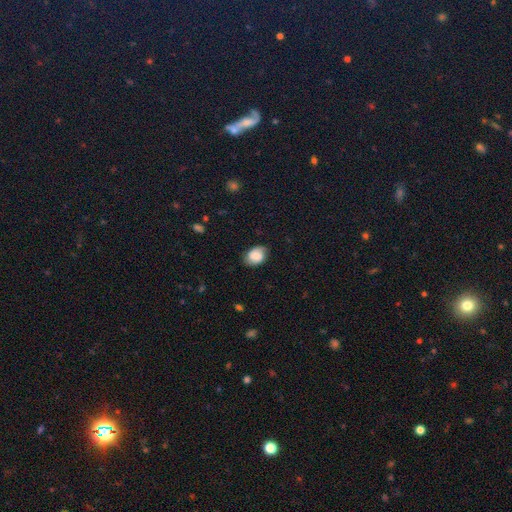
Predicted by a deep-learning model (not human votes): Overall: smooth (71%). How rounded: in between (77%). Merging: none (75%).